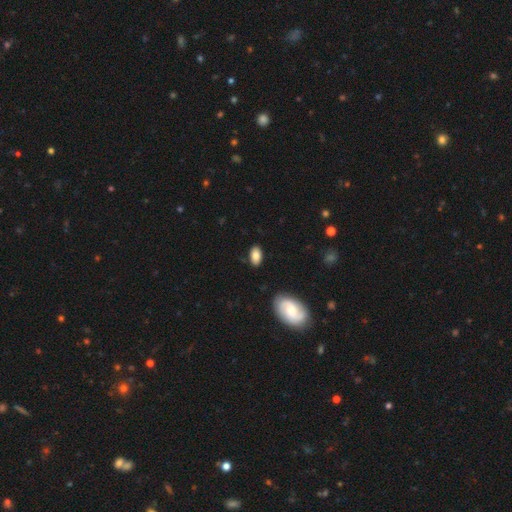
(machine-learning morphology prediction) smooth-or-featured: smooth: 80% | featured or disk: 12% | star or artifact: 8%
  how-rounded: in between: 92% | round: 6% | cigar-shaped: 2%
  merging: none: 83% | minor disturbance: 13% | major disturbance: 3% | merger: 2%